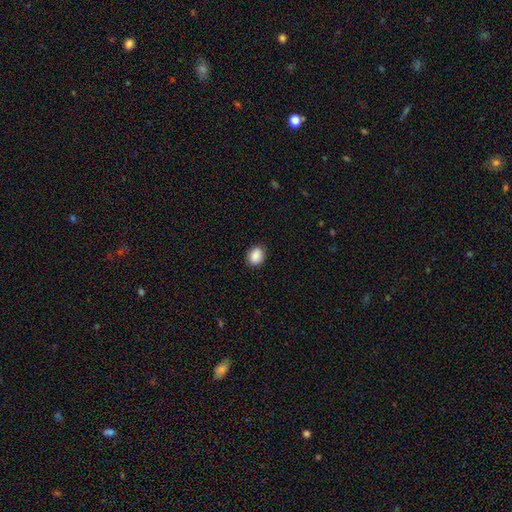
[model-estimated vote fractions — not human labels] A smooth galaxy with no disk features (89%) that is in between round and cigar-shaped (59%).

Vote fractions:
- Smooth or featured? smooth: 89% / star or artifact: 8% / featured or disk: 3%
- How rounded? in between: 59% / round: 40% / cigar-shaped: 1%
- Merging? none: 89% / minor disturbance: 8% / major disturbance: 2% / merger: 1%